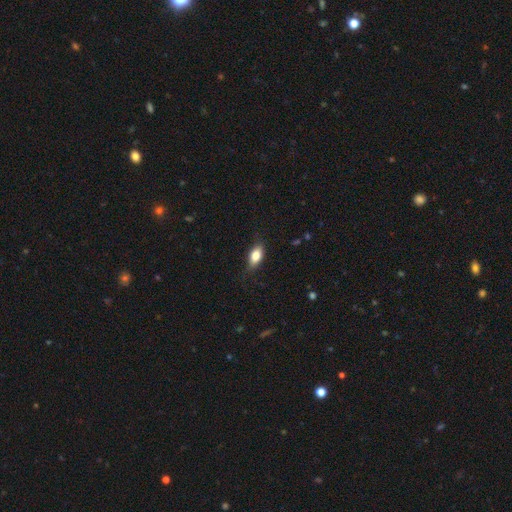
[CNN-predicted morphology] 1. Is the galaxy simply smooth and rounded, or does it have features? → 80% smooth, 13% featured or disk, 7% star or artifact.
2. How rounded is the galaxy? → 85% in between, 8% round, 8% cigar-shaped.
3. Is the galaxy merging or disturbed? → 75% none, 20% minor disturbance, 4% major disturbance, 1% merger.